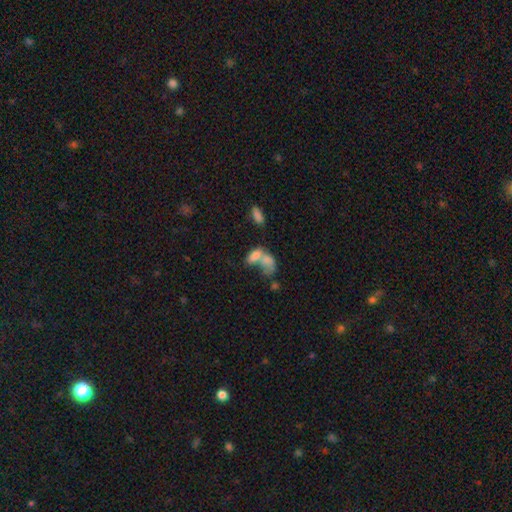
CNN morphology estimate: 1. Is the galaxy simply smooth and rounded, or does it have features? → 73% smooth, 17% featured or disk, 10% star or artifact.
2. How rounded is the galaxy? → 88% in between, 9% round, 4% cigar-shaped.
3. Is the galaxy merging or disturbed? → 68% merger, 17% none, 8% major disturbance, 7% minor disturbance.